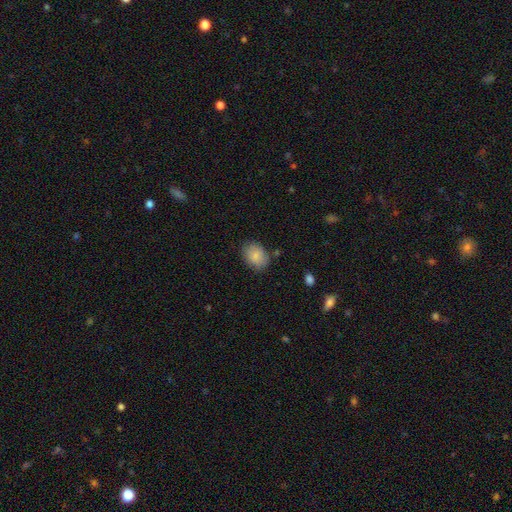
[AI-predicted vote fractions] Q: Smooth or featured?
A: smooth (85%); runner-up: featured or disk (8%)
Q: How rounded?
A: in between (69%); runner-up: round (30%)
Q: Merging?
A: none (78%); runner-up: minor disturbance (16%)